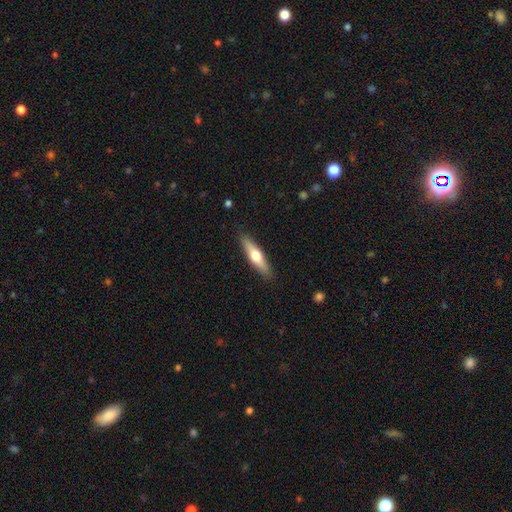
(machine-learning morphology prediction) The model was most divided on "smooth or featured": featured or disk: 50%, smooth: 45%, star or artifact: 5%. More confident: edge-on disk — yes (93%); merging — none (89%).